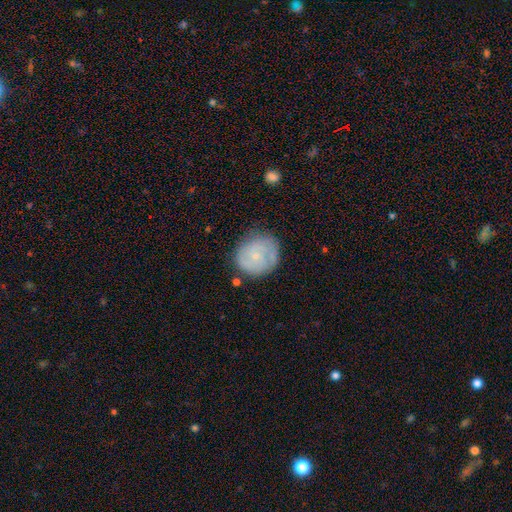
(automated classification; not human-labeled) smooth_or_featured: featured or disk (p=0.52) [alt: smooth p=0.41]
disk_edge_on: no (p=0.98) [alt: yes p=0.02]
bar: no (p=0.75) [alt: weak p=0.22]
has_spiral_arms: yes (p=0.79) [alt: no p=0.21]
bulge_size: small (p=0.76) [alt: moderate p=0.15]
merging: none (p=0.71) [alt: minor disturbance p=0.20]